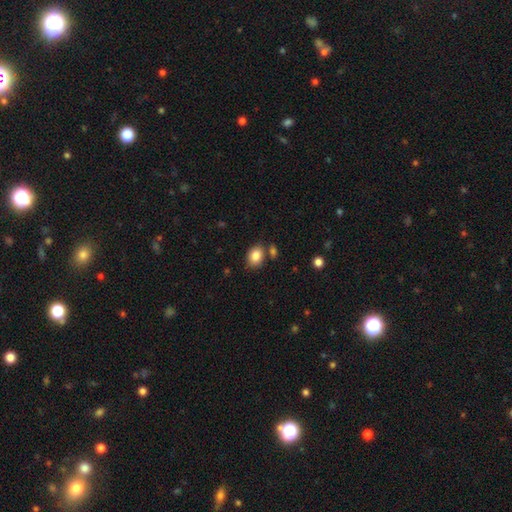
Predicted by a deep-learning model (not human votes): A smooth galaxy with no disk features (85%) that is in between round and cigar-shaped (62%). Merging: none (72%).